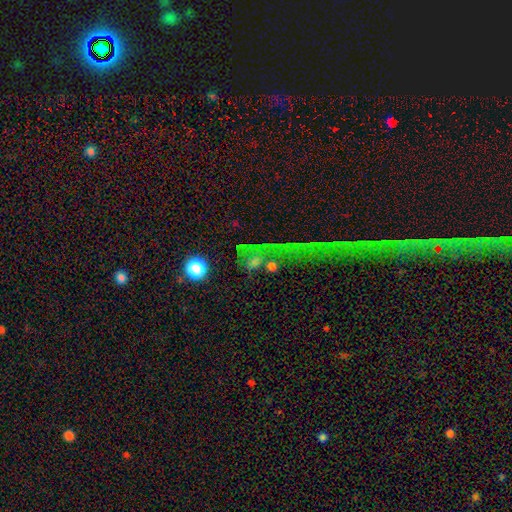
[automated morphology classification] Smooth or featured: star or artifact — 42% (smooth — 40%)